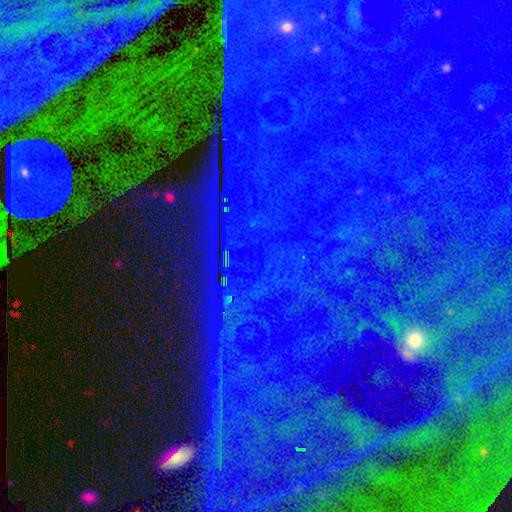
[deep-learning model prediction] Smooth or featured? Predicted: star or artifact (p=0.83).